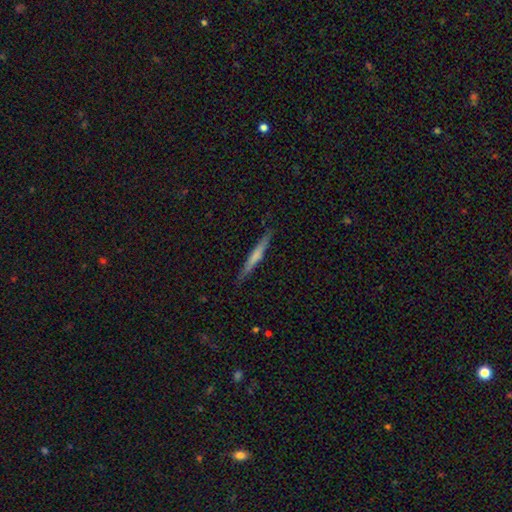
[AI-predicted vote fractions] A smooth galaxy with no disk features (51%) that is cigar-shaped (96%). Merging: none (88%).